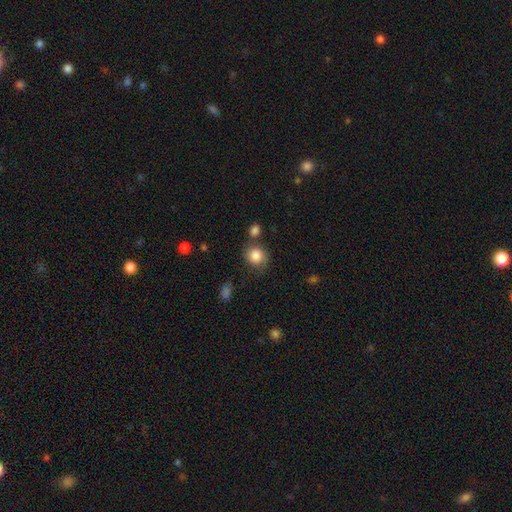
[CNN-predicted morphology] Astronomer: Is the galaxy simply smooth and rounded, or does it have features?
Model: smooth — 85%.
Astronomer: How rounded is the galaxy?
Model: round — 79%.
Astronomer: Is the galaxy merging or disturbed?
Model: none — 66%.